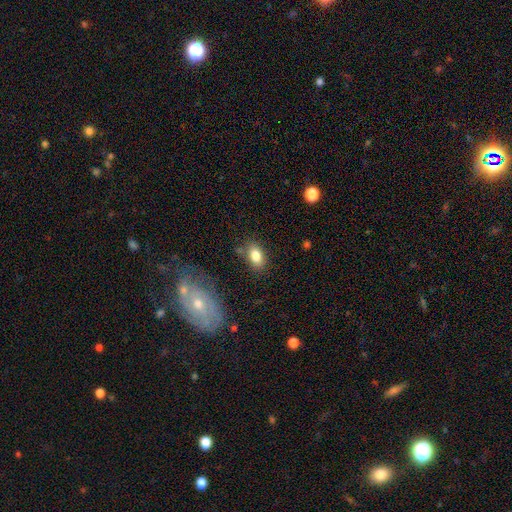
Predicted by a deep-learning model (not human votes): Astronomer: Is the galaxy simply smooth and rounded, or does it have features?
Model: smooth — 82%.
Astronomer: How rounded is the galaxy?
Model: in between — 88%.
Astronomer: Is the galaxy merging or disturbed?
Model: none — 77%.